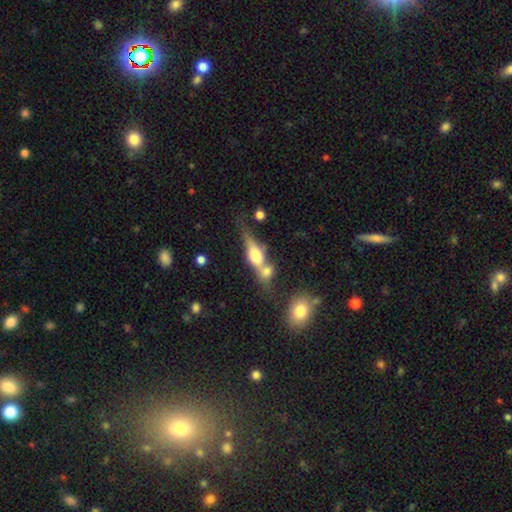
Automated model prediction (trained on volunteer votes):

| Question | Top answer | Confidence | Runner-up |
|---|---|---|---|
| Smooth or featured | smooth | 47% | featured or disk (44%) |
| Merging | merger | 51% | none (32%) |